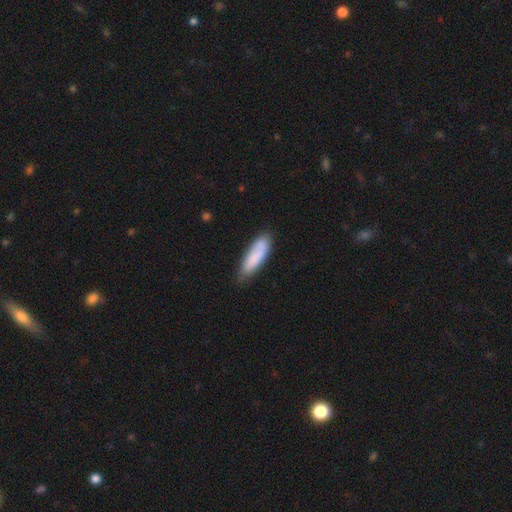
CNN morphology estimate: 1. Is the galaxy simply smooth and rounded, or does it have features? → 81% smooth, 13% featured or disk, 6% star or artifact.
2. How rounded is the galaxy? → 52% cigar-shaped, 47% in between, 2% round.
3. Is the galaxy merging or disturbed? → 71% none, 22% minor disturbance, 4% major disturbance, 3% merger.